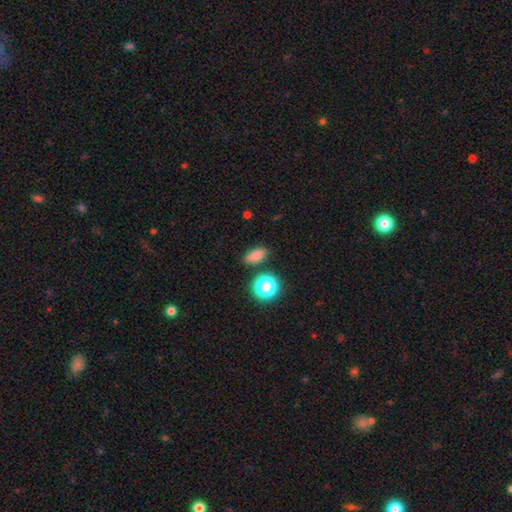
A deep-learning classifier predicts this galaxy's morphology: type=smooth (79%); roundness=in between (79%); merging=none (81%).